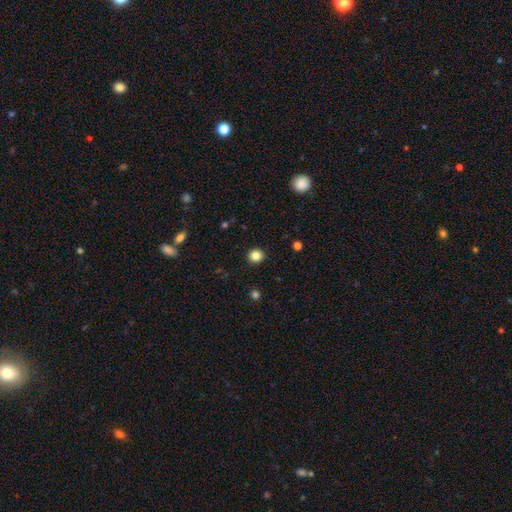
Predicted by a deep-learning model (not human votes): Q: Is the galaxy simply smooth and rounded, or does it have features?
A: smooth — 84%.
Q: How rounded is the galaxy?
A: round — 89%.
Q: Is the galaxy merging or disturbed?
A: none — 93%.